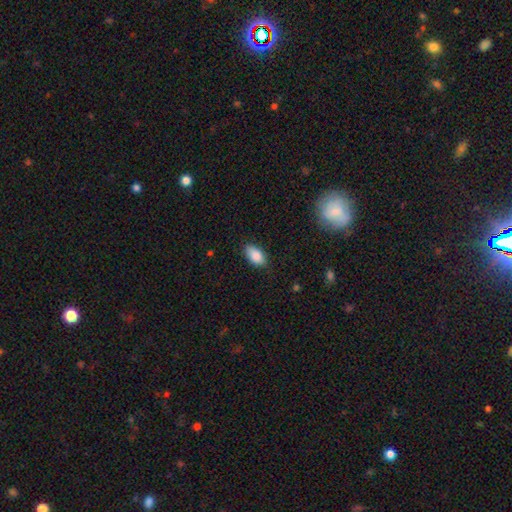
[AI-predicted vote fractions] smooth_or_featured: smooth (p=0.88) [alt: star or artifact p=0.07]
how_rounded: in between (p=0.93) [alt: round p=0.04]
merging: none (p=0.81) [alt: minor disturbance p=0.15]